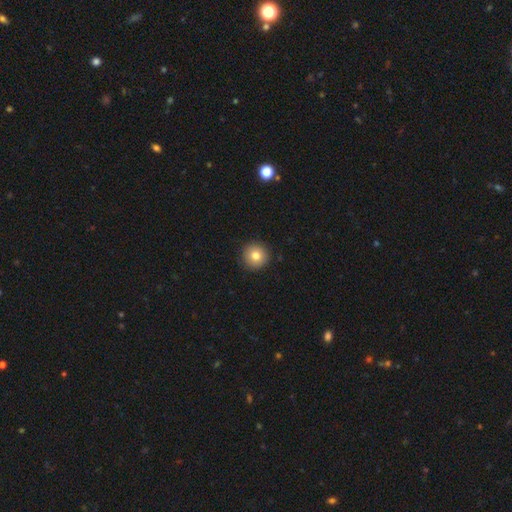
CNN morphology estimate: The model was most divided on "smooth or featured": smooth: 80%, featured or disk: 11%, star or artifact: 10%. More confident: how rounded — round (95%); merging — none (92%).